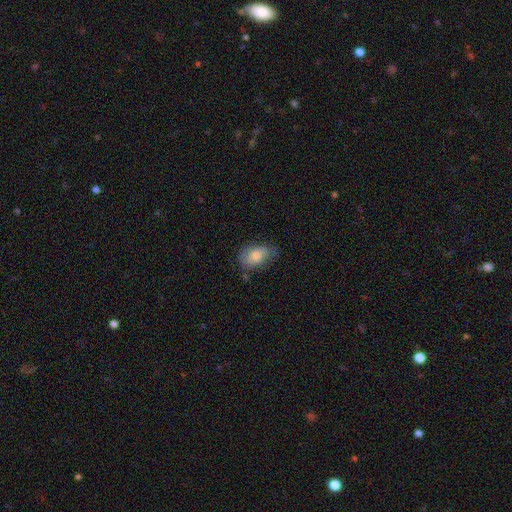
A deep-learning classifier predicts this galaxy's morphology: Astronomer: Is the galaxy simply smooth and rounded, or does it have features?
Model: smooth — 78%.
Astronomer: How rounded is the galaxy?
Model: in between — 88%.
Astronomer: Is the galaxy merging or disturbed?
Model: none — 58%.